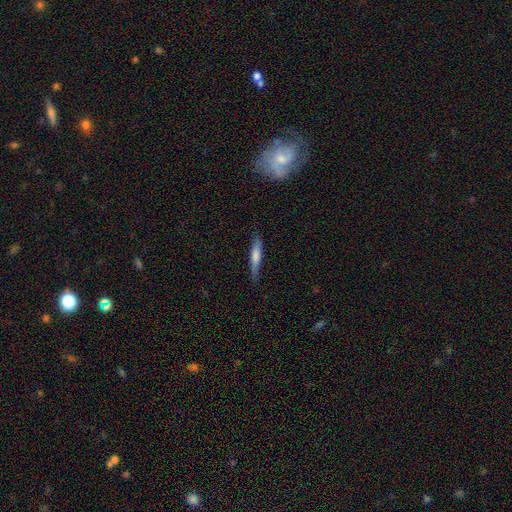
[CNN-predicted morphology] Smooth or featured? smooth (53%)
How rounded? cigar-shaped (92%)
Merging? none (83%)